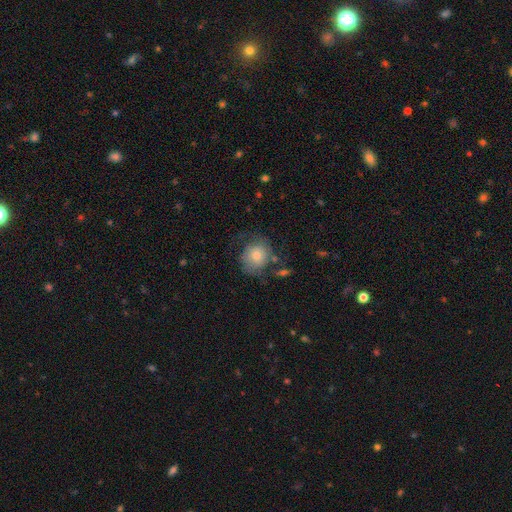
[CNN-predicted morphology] This is likely a smooth galaxy (60%). How rounded: likely round (75%). Merging: possibly none (55%).